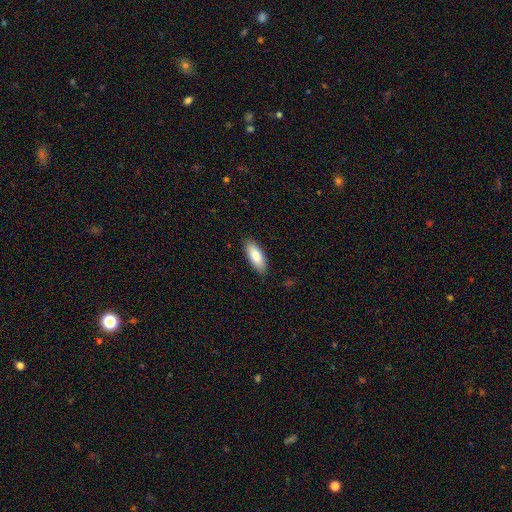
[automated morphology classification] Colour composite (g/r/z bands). It shows a smooth galaxy with no disk features (85%) that is in between round and cigar-shaped (75%). Merging: none (87%).